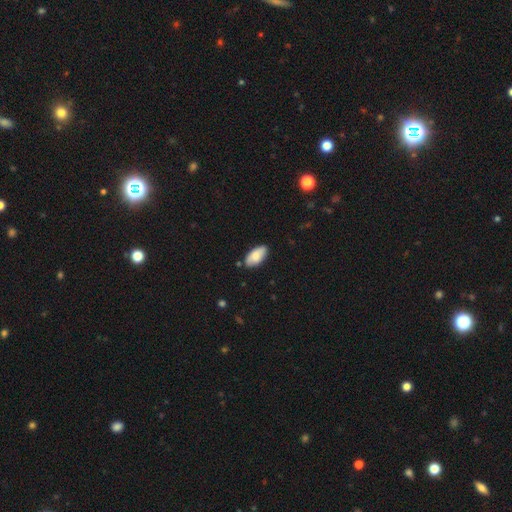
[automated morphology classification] smooth 79%, featured or disk 14%, star or artifact 6%. Down the decision tree: how rounded — in between (94%); merging — none (81%).